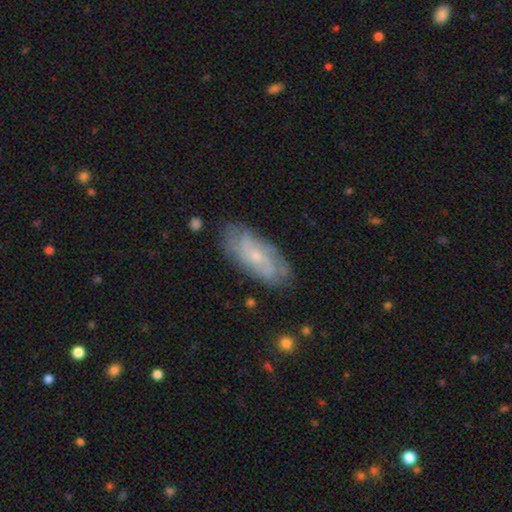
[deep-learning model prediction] smooth-or-featured: featured or disk: 70% | smooth: 23% | star or artifact: 7%
  disk-edge-on: no: 91% | yes: 9%
    bar: no: 66% | weak: 29% | strong: 5%
    has-spiral-arms: yes: 89% | no: 11%
      spiral-winding: tight: 48% | medium: 38% | loose: 14%
      spiral-arm-count: can't tell: 38% | 2: 33% | 3: 14% | 4: 7% | 1: 4% | more than 4: 4%
    bulge-size: small: 71% | moderate: 23% | none: 4% | large: 1% | dominant: 1%
  merging: none: 77% | minor disturbance: 17% | major disturbance: 5% | merger: 2%